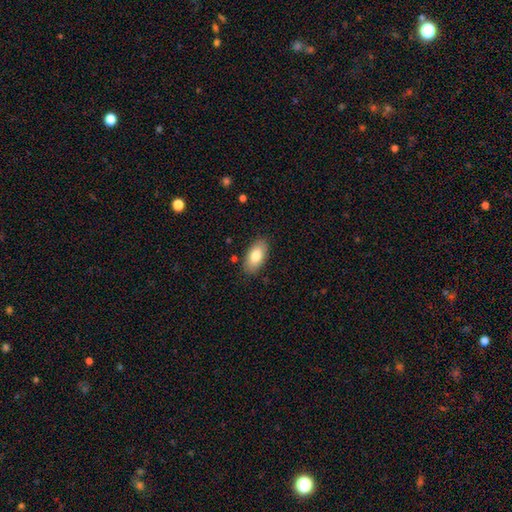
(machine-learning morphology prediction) Smooth or featured? smooth (82%)
How rounded? in between (93%)
Merging? none (86%)